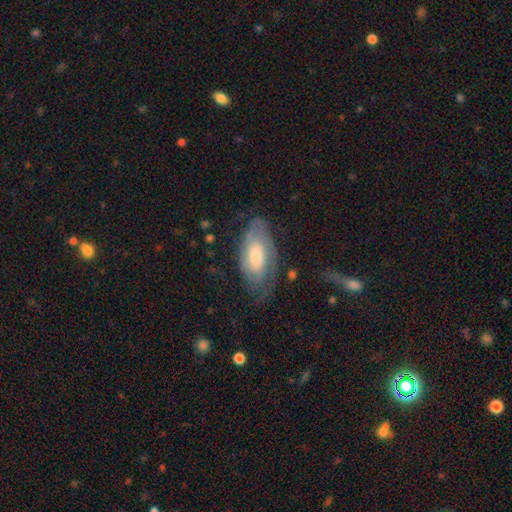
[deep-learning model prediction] Overall: featured or disk (64%; smooth 29%). Edge-on disk: no (91%). Bar: no (69%). Spiral arms: yes (85%). Bulge size: moderate (52%; small 30%). Merging: none (62%; minor disturbance 23%).